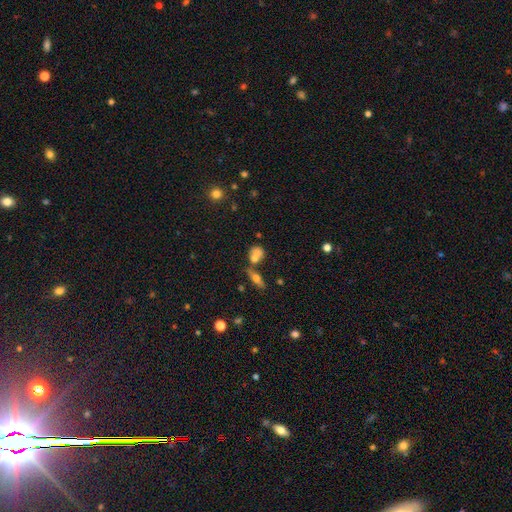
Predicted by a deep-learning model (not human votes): A smooth galaxy with no disk features (62%) that is round (47%).

Vote fractions:
- Smooth or featured? smooth: 62% / featured or disk: 27% / star or artifact: 11%
- How rounded? round: 47% / in between: 43% / cigar-shaped: 10%
- Merging? none: 44% / merger: 41% / minor disturbance: 10% / major disturbance: 5%